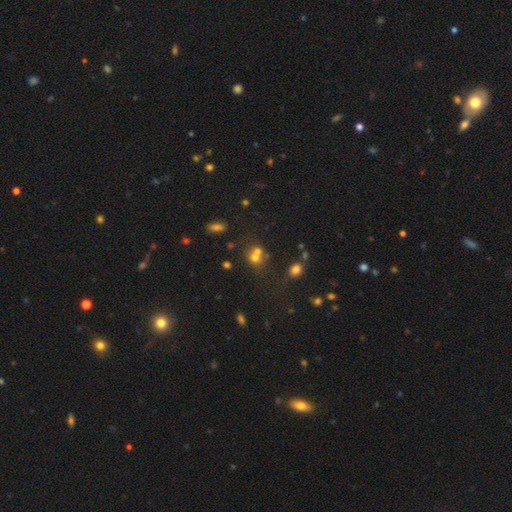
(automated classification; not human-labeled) Smooth or featured?
  - smooth: 64% *
  - star or artifact: 19%
  - featured or disk: 17%
How rounded?
  - round: 74% *
  - in between: 25%
  - cigar-shaped: 1%
Merging?
  - merger: 51% *
  - none: 37%
  - minor disturbance: 8%
  - major disturbance: 4%